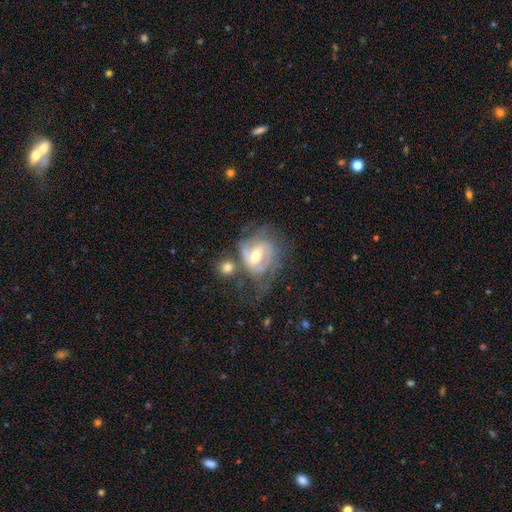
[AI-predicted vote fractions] Q: Smooth or featured?
A: featured or disk (82%); runner-up: smooth (12%)
Q: Edge-on disk?
A: no (97%); runner-up: yes (3%)
Q: Bar?
A: weak (49%); runner-up: strong (33%)
Q: Spiral arms?
A: yes (91%); runner-up: no (9%)
Q: Spiral winding?
A: medium (44%); runner-up: tight (39%)
Q: Spiral arm count?
A: 2 (57%); runner-up: can't tell (19%)
Q: Bulge size?
A: moderate (64%); runner-up: small (27%)
Q: Merging?
A: none (45%); runner-up: major disturbance (22%)